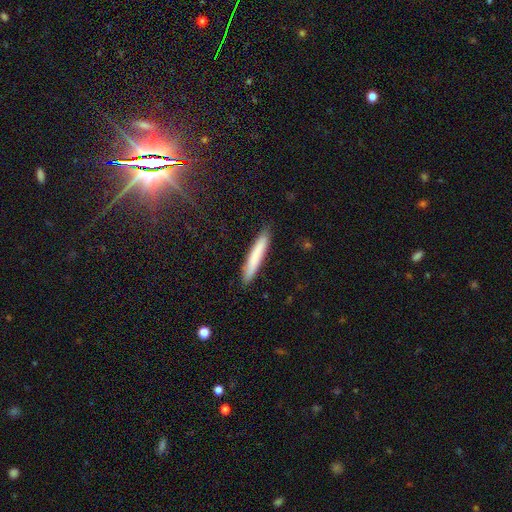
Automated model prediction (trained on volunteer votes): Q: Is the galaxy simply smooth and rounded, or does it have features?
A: smooth — 77%.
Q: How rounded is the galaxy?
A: cigar-shaped — 94%.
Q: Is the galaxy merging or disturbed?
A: none — 90%.